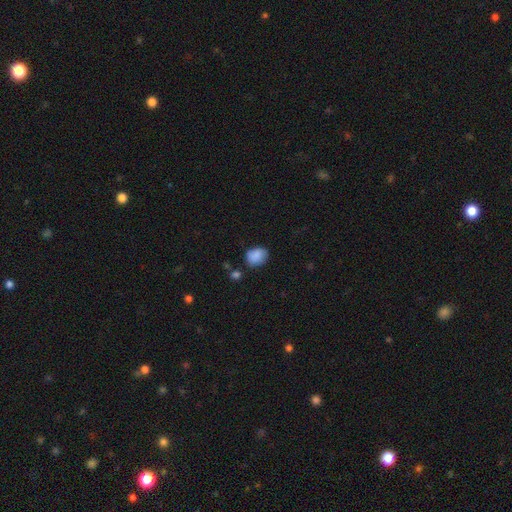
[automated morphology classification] The model was most divided on "how rounded": in between: 55%, round: 44%, cigar-shaped: 1%. More confident: smooth or featured — smooth (84%); merging — none (67%).